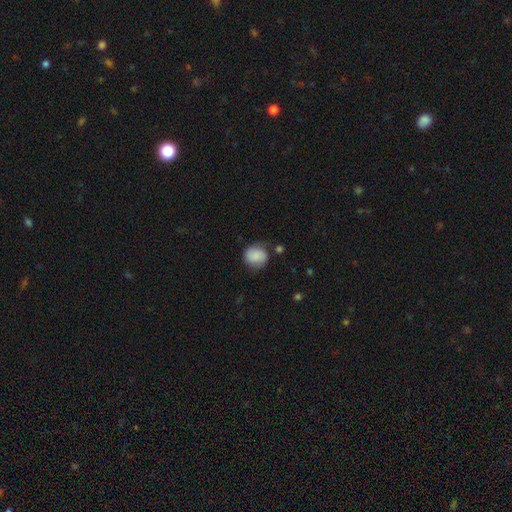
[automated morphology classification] Smooth or featured? smooth (81%)
How rounded? round (73%)
Merging? none (68%)